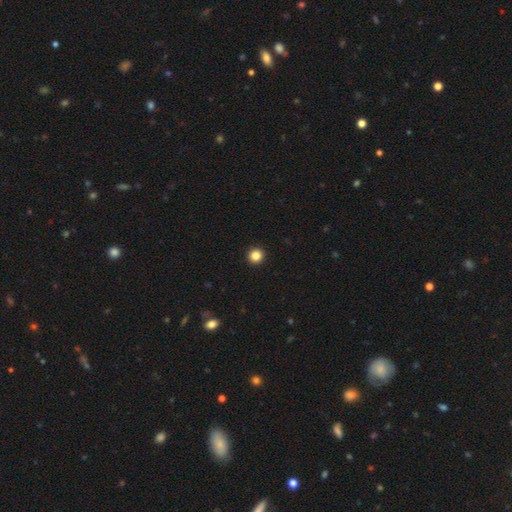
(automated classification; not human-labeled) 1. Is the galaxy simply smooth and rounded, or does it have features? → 86% smooth, 11% star or artifact, 3% featured or disk.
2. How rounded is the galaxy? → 96% round, 3% in between, 1% cigar-shaped.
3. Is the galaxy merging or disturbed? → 94% none, 4% minor disturbance, 1% major disturbance, 1% merger.